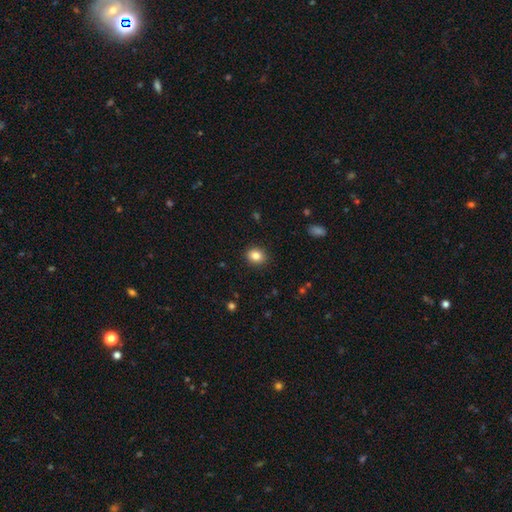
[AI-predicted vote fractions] This appears to be a smooth galaxy with no disk features (84%) that is round (60%). Merging: none (90%).